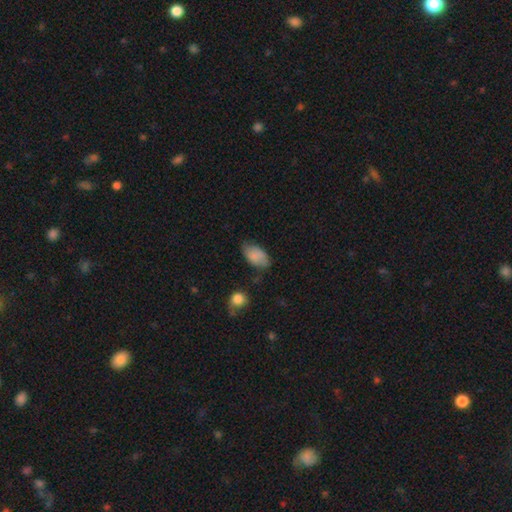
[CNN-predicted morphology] Smooth or featured? Predicted: smooth (p=0.80). How rounded? Predicted: in between (p=0.92). Merging? Predicted: none (p=0.63).